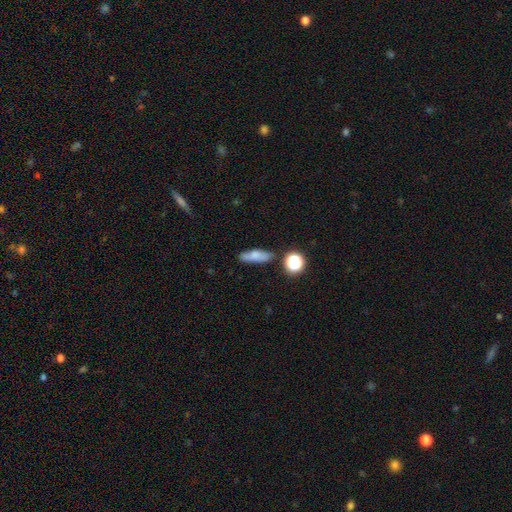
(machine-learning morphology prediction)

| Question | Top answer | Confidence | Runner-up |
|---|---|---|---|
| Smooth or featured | smooth | 71% | featured or disk (18%) |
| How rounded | cigar-shaped | 46% | in between (45%) |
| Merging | none | 75% | minor disturbance (15%) |